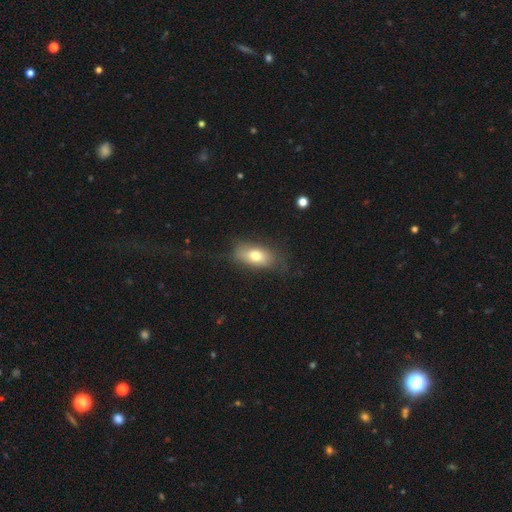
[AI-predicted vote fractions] Smooth or featured? Predicted: smooth (p=0.72). How rounded? Predicted: in between (p=0.87). Merging? Predicted: none (p=0.66).